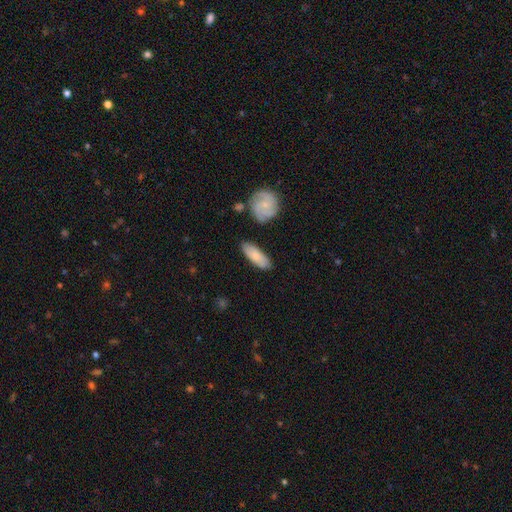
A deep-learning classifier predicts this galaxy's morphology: smooth 72%, featured or disk 23%, star or artifact 5%. Down the decision tree: how rounded — in between (59%); merging — none (79%).